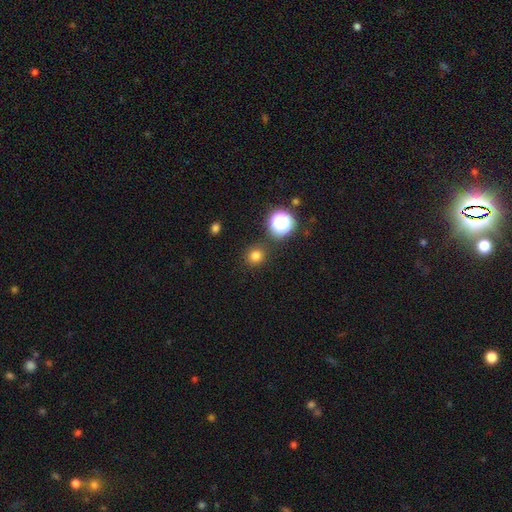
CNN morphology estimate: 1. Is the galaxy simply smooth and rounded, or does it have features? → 77% smooth, 19% star or artifact, 5% featured or disk.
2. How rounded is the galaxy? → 91% round, 8% in between, 1% cigar-shaped.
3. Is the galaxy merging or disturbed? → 88% none, 7% minor disturbance, 3% merger, 3% major disturbance.